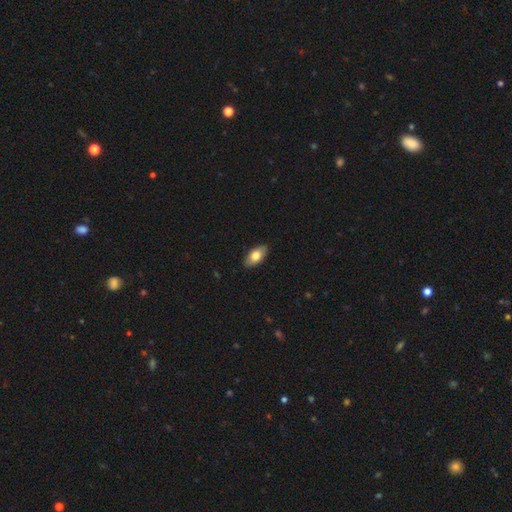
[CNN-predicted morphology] This is likely a smooth galaxy (75%). How rounded: clearly in between (92%). Merging: clearly none (87%).